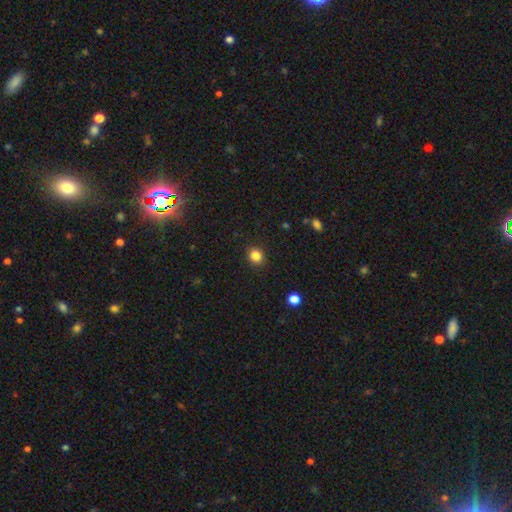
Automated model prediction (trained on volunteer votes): smooth 85%, star or artifact 11%, featured or disk 4%. Down the decision tree: how rounded — round (73%); merging — none (90%).